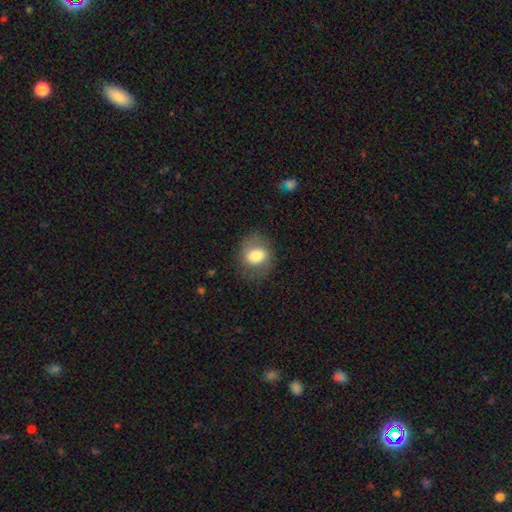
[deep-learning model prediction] Morphology: type=smooth (72%); roundness=round (57%); merging=none (75%).